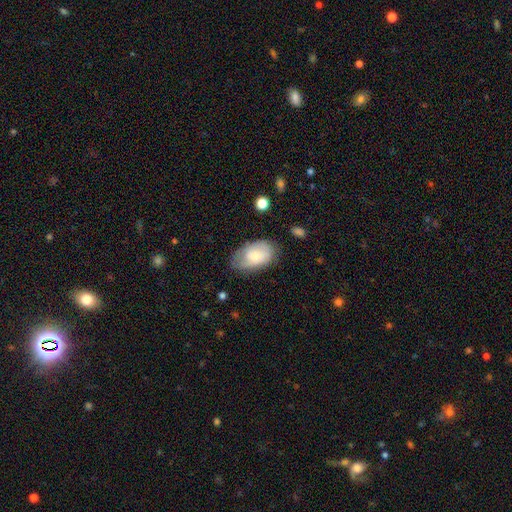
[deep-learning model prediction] Smooth or featured? smooth (69%)
How rounded? in between (92%)
Merging? none (65%)